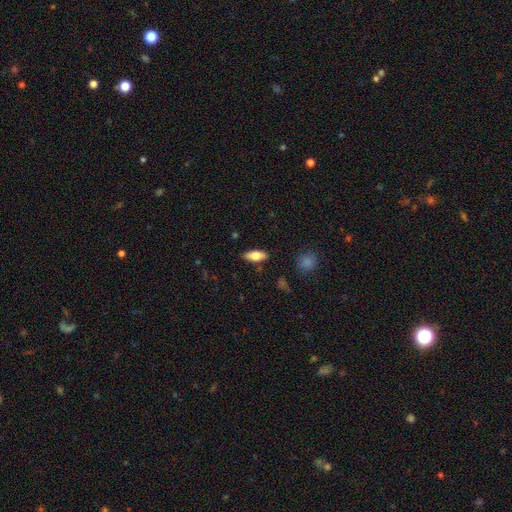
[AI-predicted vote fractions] smooth 72%, featured or disk 22%, star or artifact 7%. Down the decision tree: how rounded — in between (78%); merging — none (87%).